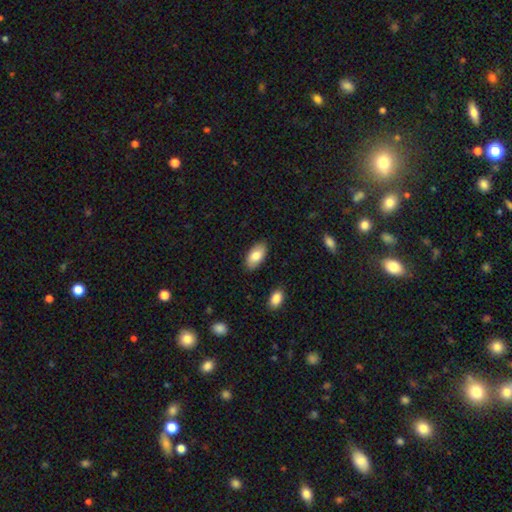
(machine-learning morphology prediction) smooth-or-featured: smooth: 81% | featured or disk: 13% | star or artifact: 6%
  how-rounded: in between: 95% | round: 3% | cigar-shaped: 3%
  merging: none: 86% | minor disturbance: 10% | major disturbance: 2% | merger: 2%